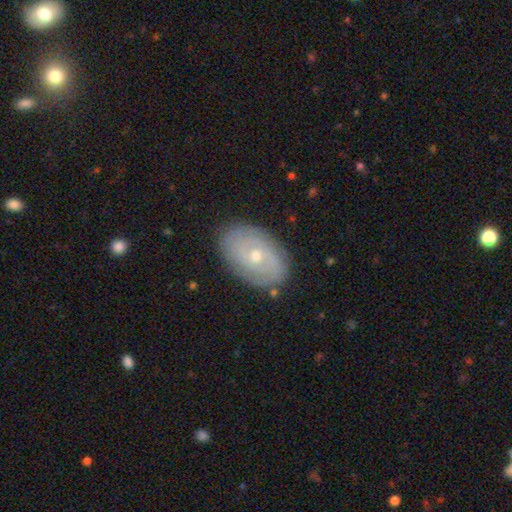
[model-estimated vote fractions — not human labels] Smooth or featured: featured or disk — 69% (smooth — 24%)
Edge-on disk: no — 94% (yes — 6%)
Bar: no — 74% (weak — 22%)
Spiral arms: yes — 78% (no — 22%)
Spiral winding: tight — 69% (medium — 23%)
Spiral arm count: can't tell — 42% (2 — 39%)
Bulge size: small — 50% (moderate — 47%)
Merging: none — 83% (minor disturbance — 12%)